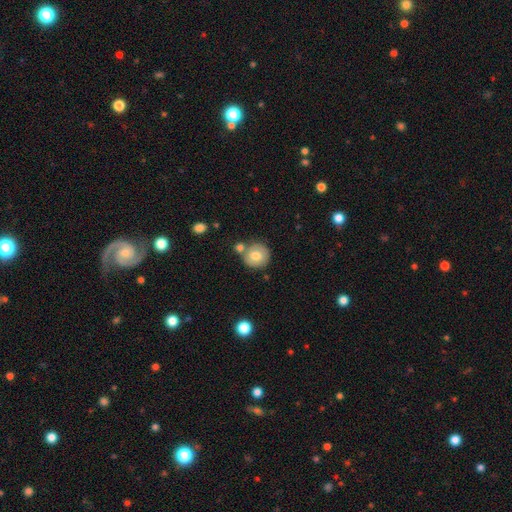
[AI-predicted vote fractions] Smooth or featured? Predicted: smooth (p=0.73). How rounded? Predicted: round (p=0.91). Merging? Predicted: none (p=0.64).